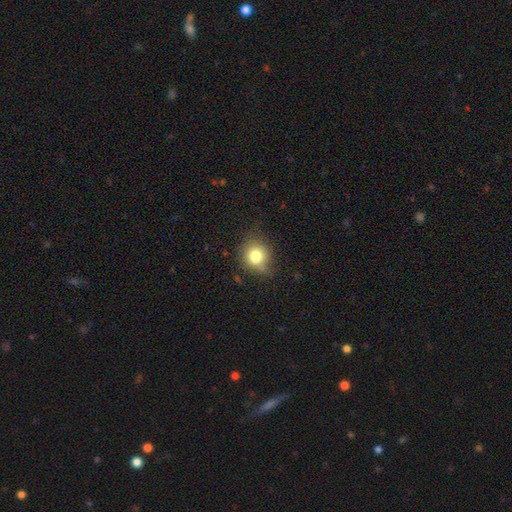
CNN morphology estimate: Smooth or featured: smooth — 79% (star or artifact — 11%)
How rounded: round — 80% (in between — 19%)
Merging: none — 71% (minor disturbance — 21%)